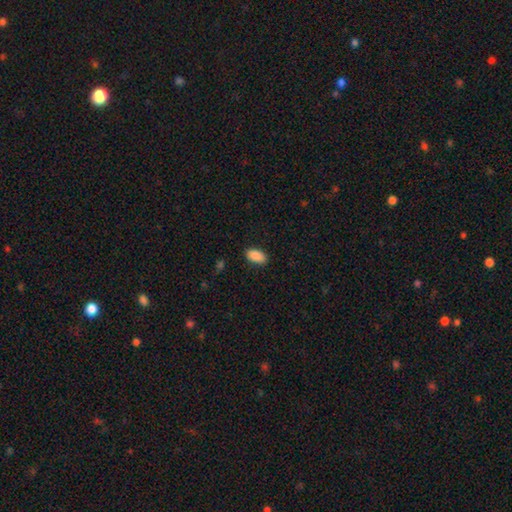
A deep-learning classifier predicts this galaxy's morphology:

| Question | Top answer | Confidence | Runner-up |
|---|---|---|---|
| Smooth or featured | smooth | 90% | star or artifact (7%) |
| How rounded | in between | 94% | round (4%) |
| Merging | none | 88% | minor disturbance (9%) |